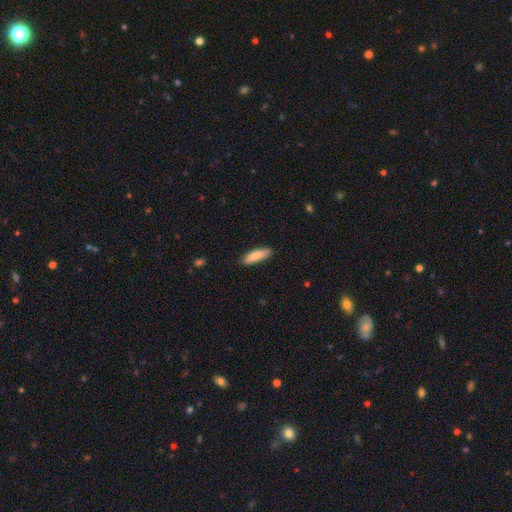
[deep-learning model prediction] Smooth or featured? smooth (81%)
How rounded? cigar-shaped (52%)
Merging? none (86%)